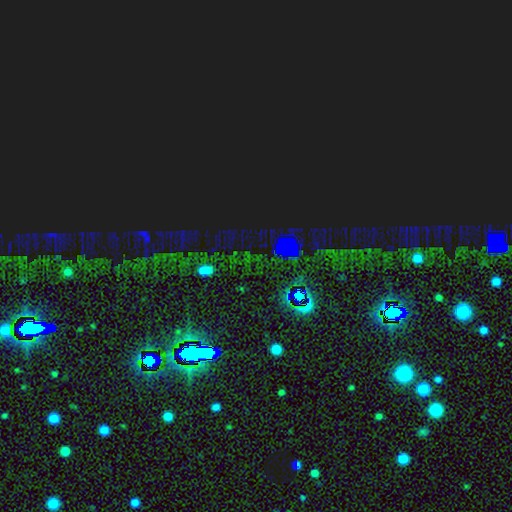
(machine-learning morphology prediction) Smooth or featured? star or artifact (82%)